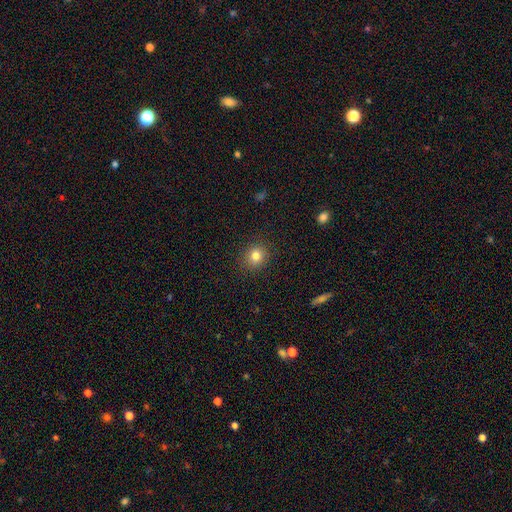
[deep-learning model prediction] The model was most divided on "how rounded": round: 82%, in between: 17%, cigar-shaped: 1%. More confident: merging — none (90%); smooth or featured — smooth (81%).